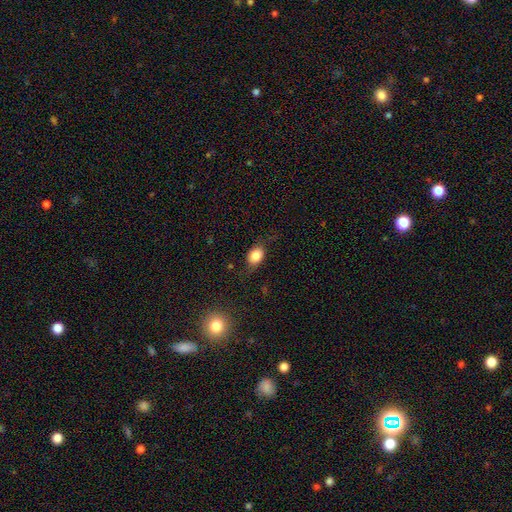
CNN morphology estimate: This appears to be a smooth galaxy with no disk features (77%) that is in between round and cigar-shaped (69%). Merging: none (67%).